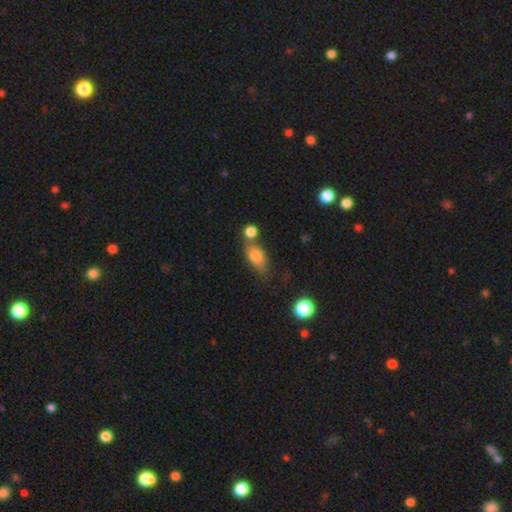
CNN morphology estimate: Smooth or featured? smooth (75%)
How rounded? in between (76%)
Merging? none (45%)